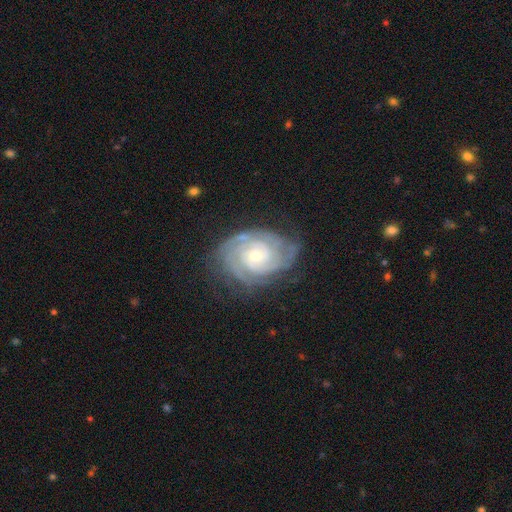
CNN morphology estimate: The model was most divided on "spiral arm count": 2: 29%, can't tell: 25%, 3: 24%, 4: 11%, more than 4: 6%, 1: 5%. More confident: edge-on disk — no (97%); spiral arms — yes (97%); smooth or featured — featured or disk (88%); spiral winding — tight (76%); merging — none (72%); bar — no (72%); bulge size — small (59%).